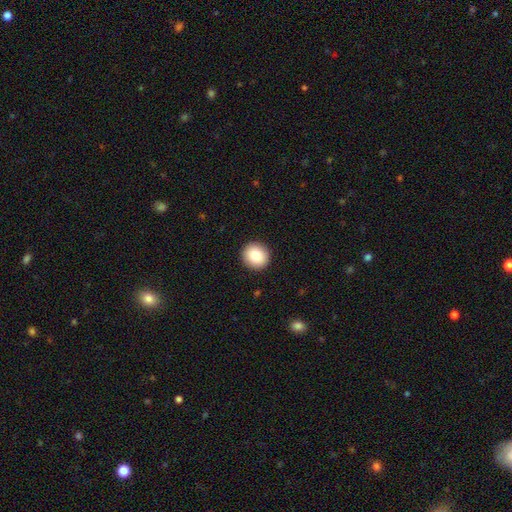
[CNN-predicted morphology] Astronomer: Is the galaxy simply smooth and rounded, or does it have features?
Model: smooth — 83%.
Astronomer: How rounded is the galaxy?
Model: round — 91%.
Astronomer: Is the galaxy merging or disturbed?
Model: none — 92%.